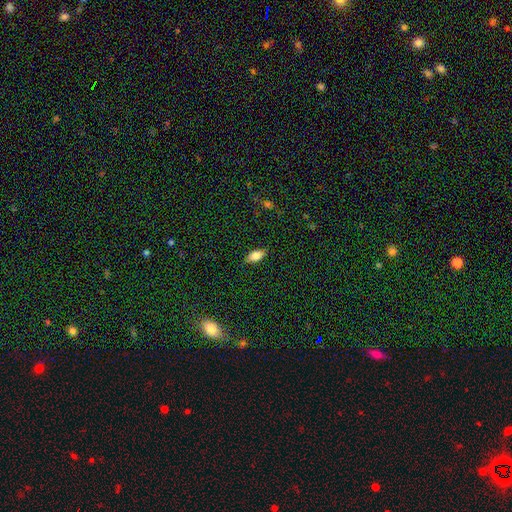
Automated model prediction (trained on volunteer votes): smooth_or_featured: smooth (p=0.73) [alt: featured or disk p=0.18]
how_rounded: in between (p=0.85) [alt: cigar-shaped p=0.11]
merging: none (p=0.85) [alt: minor disturbance p=0.12]